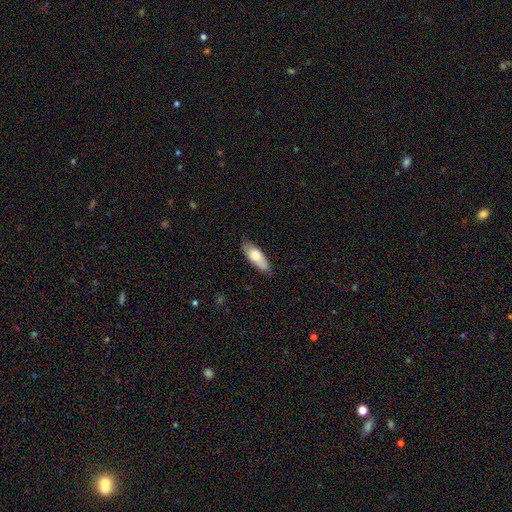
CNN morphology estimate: Q: Smooth or featured?
A: smooth (74%); runner-up: featured or disk (21%)
Q: How rounded?
A: in between (70%); runner-up: cigar-shaped (28%)
Q: Merging?
A: none (80%); runner-up: minor disturbance (16%)